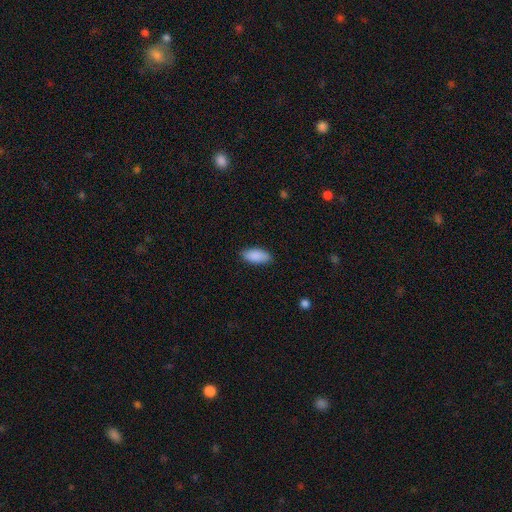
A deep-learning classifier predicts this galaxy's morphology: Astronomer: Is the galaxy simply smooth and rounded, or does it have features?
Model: smooth — 90%.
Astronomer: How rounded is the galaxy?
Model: in between — 89%.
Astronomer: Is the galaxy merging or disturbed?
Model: none — 85%.